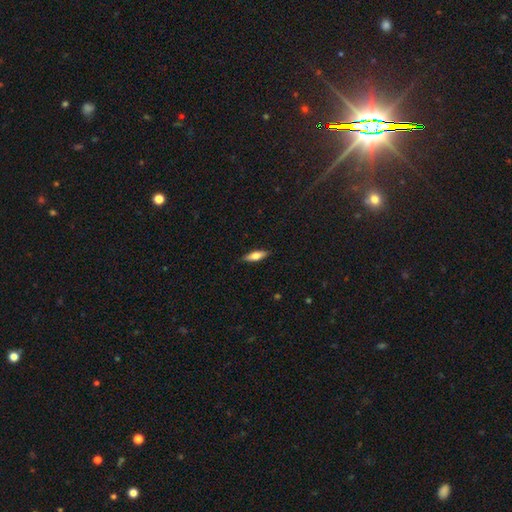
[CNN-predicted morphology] The model was most divided on "how rounded": cigar-shaped: 50%, in between: 47%, round: 2%. More confident: merging — none (88%); smooth or featured — smooth (63%).